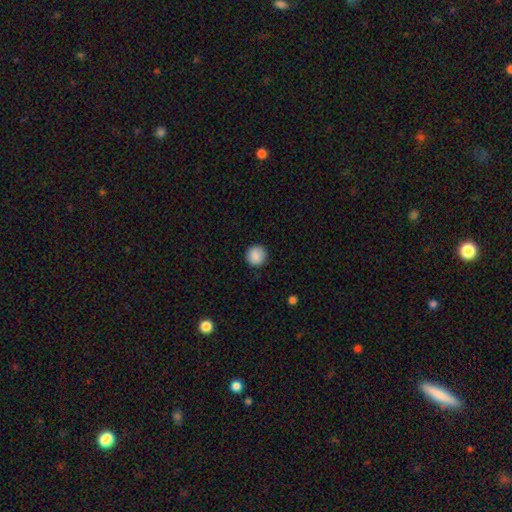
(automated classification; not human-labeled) Smooth or featured? Predicted: smooth (p=0.88). How rounded? Predicted: round (p=0.94). Merging? Predicted: none (p=0.91).